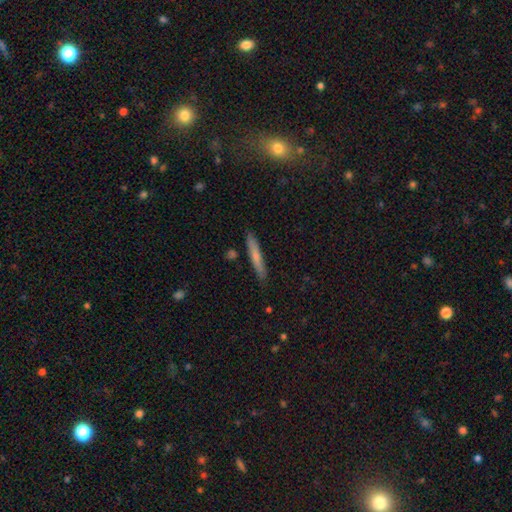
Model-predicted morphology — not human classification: This appears to be a smooth galaxy with no disk features (66%) that is cigar-shaped (95%). Merging: none (87%).